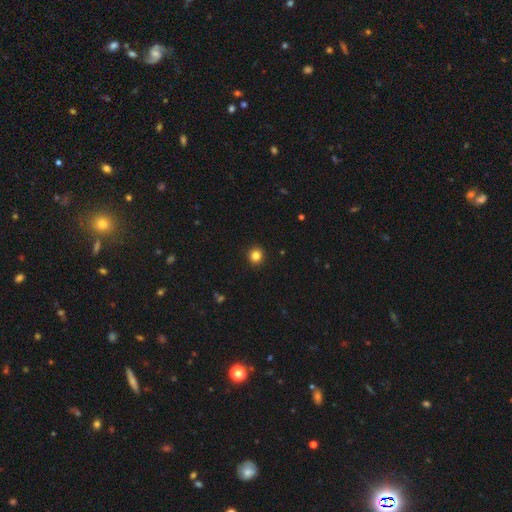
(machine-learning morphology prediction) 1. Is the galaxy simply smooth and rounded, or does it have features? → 84% smooth, 12% star or artifact, 4% featured or disk.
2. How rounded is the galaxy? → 91% round, 8% in between, 1% cigar-shaped.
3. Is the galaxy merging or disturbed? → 92% none, 5% minor disturbance, 2% major disturbance, 1% merger.